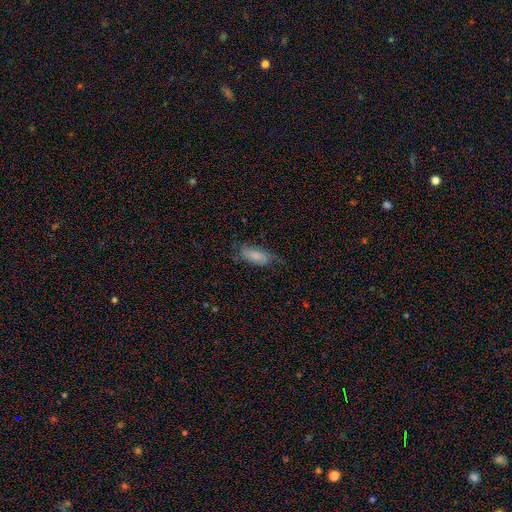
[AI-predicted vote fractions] smooth_or_featured: smooth (p=0.71) [alt: featured or disk p=0.21]
how_rounded: in between (p=0.79) [alt: cigar-shaped p=0.19]
merging: none (p=0.58) [alt: minor disturbance p=0.28]